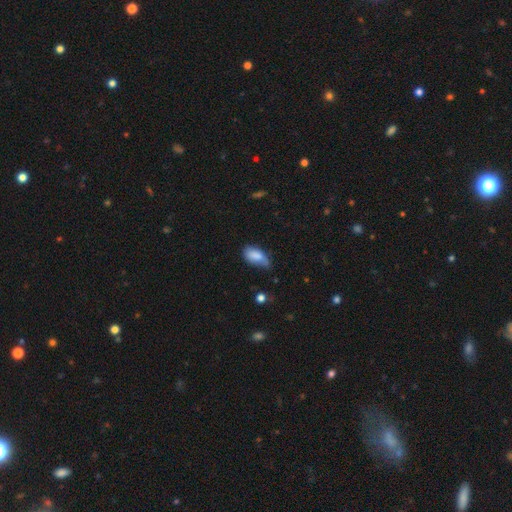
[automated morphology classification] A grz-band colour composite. It shows a smooth galaxy with no disk features (82%) that is in between round and cigar-shaped (90%). Merging: minor disturbance (43%).